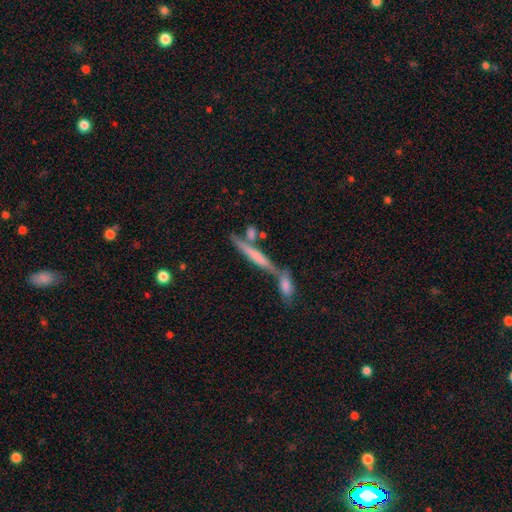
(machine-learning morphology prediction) type=smooth (48%); merging=none (52%).